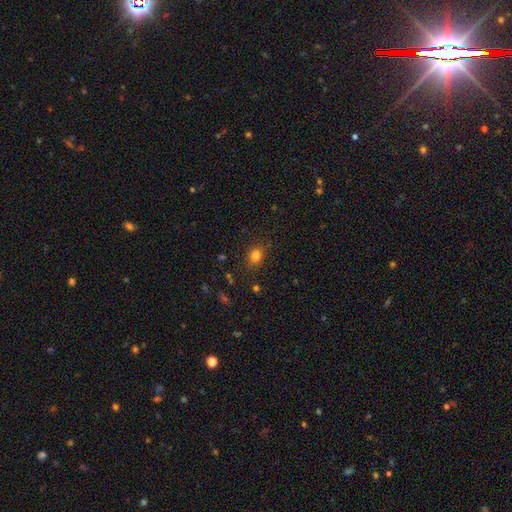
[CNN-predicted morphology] Smooth or featured: smooth — 81% (star or artifact — 13%)
How rounded: in between — 52% (round — 47%)
Merging: none — 84% (minor disturbance — 12%)